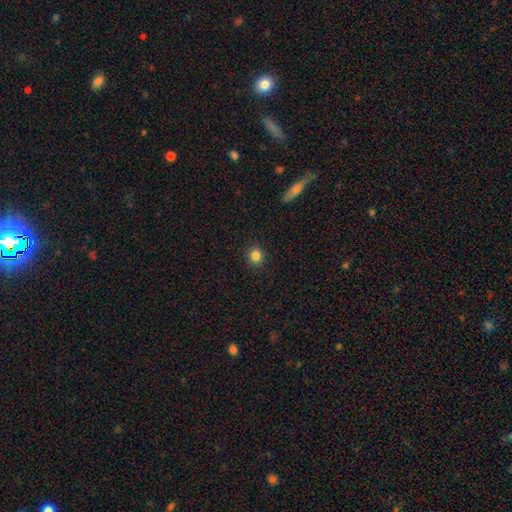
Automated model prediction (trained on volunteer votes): The model was most divided on "how rounded": round: 85%, in between: 14%, cigar-shaped: 1%. More confident: merging — none (91%); smooth or featured — smooth (84%).